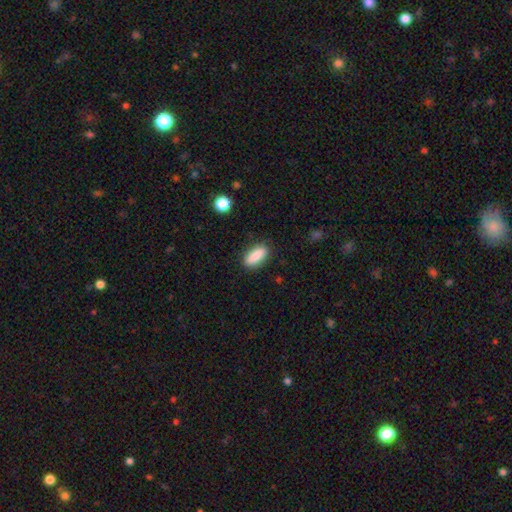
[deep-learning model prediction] Q: Smooth or featured?
A: smooth (86%); runner-up: star or artifact (7%)
Q: How rounded?
A: in between (78%); runner-up: cigar-shaped (19%)
Q: Merging?
A: none (86%); runner-up: minor disturbance (10%)